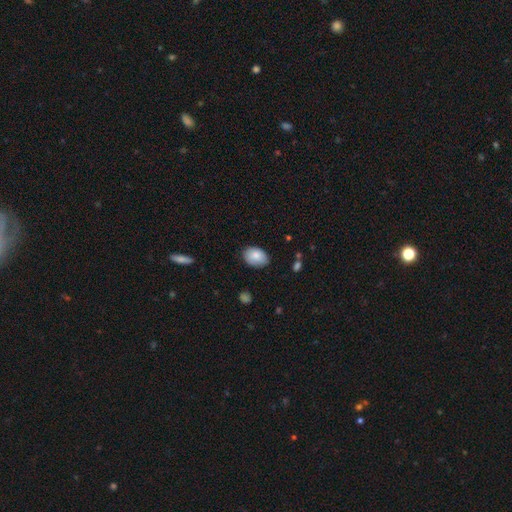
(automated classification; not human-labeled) Overall: smooth (84%). How rounded: in between (83%). Merging: none (77%).